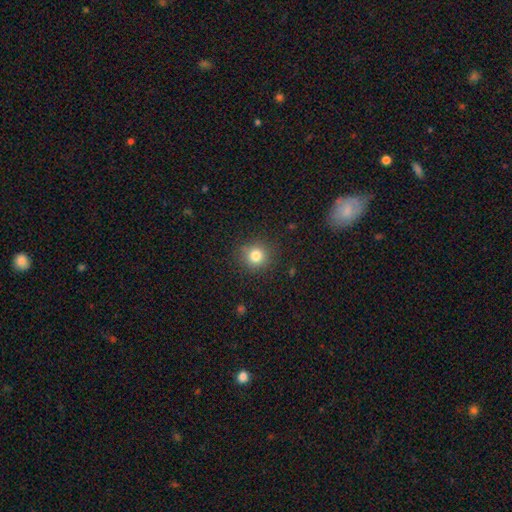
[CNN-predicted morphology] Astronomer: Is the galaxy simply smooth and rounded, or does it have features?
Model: smooth — 81%.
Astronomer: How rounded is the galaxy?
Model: round — 90%.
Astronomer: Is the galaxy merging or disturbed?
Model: none — 88%.